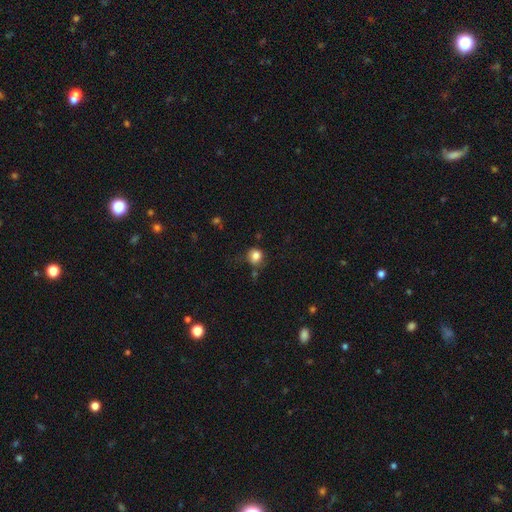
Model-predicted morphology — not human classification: Smooth or featured?
  - smooth: 82% *
  - star or artifact: 11%
  - featured or disk: 7%
How rounded?
  - round: 81% *
  - in between: 18%
  - cigar-shaped: 1%
Merging?
  - none: 64% *
  - minor disturbance: 23%
  - major disturbance: 8%
  - merger: 6%